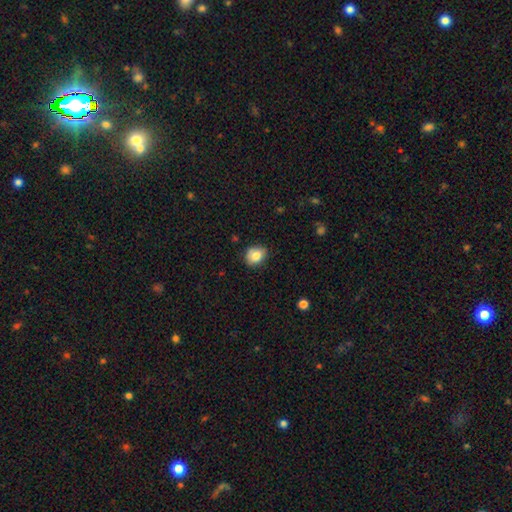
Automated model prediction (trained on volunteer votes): Smooth or featured? smooth (81%)
How rounded? in between (50%)
Merging? none (75%)